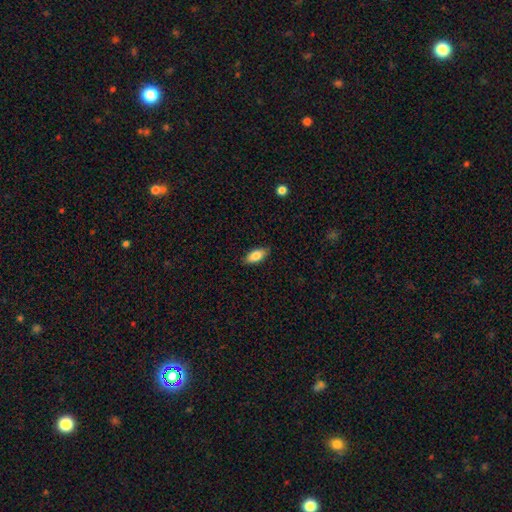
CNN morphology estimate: A smooth galaxy with no disk features (84%) that is in between round and cigar-shaped (87%).

Vote fractions:
- Smooth or featured? smooth: 84% / featured or disk: 10% / star or artifact: 7%
- How rounded? in between: 87% / cigar-shaped: 11% / round: 2%
- Merging? none: 85% / minor disturbance: 11% / major disturbance: 2% / merger: 1%